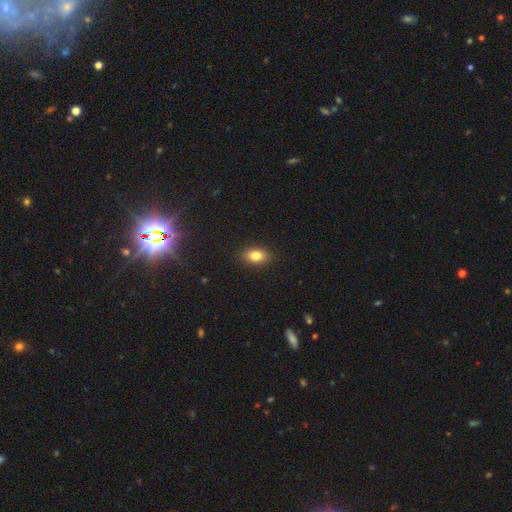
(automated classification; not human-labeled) smooth 83%, star or artifact 9%, featured or disk 8%. Down the decision tree: how rounded — in between (82%); merging — none (89%).